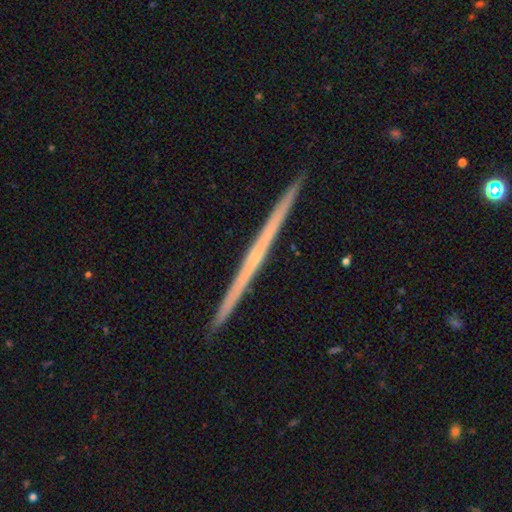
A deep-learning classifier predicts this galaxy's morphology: Q: Smooth or featured?
A: featured or disk (75%); runner-up: smooth (19%)
Q: Edge-on disk?
A: yes (99%); runner-up: no (1%)
Q: Edge-on bulge?
A: none (72%); runner-up: rounded (24%)
Q: Merging?
A: none (93%); runner-up: minor disturbance (5%)